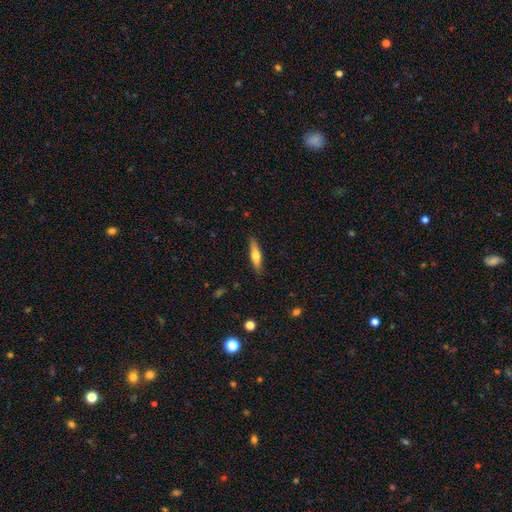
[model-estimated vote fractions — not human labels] Smooth or featured? smooth (55%)
How rounded? cigar-shaped (72%)
Merging? none (88%)